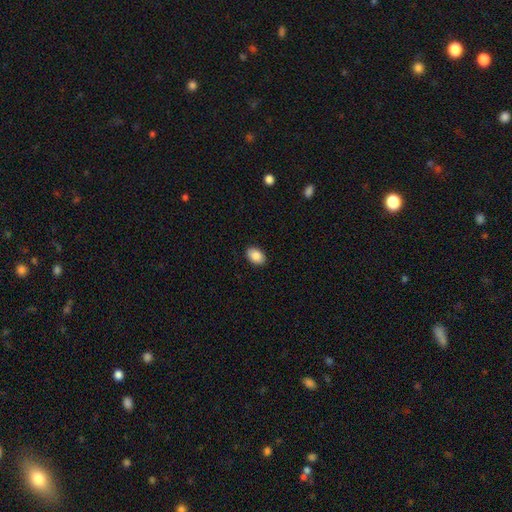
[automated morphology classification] Smooth or featured?
  - smooth: 87% *
  - star or artifact: 7%
  - featured or disk: 6%
How rounded?
  - in between: 86% *
  - round: 13%
  - cigar-shaped: 1%
Merging?
  - none: 90% *
  - minor disturbance: 8%
  - major disturbance: 2%
  - merger: 1%